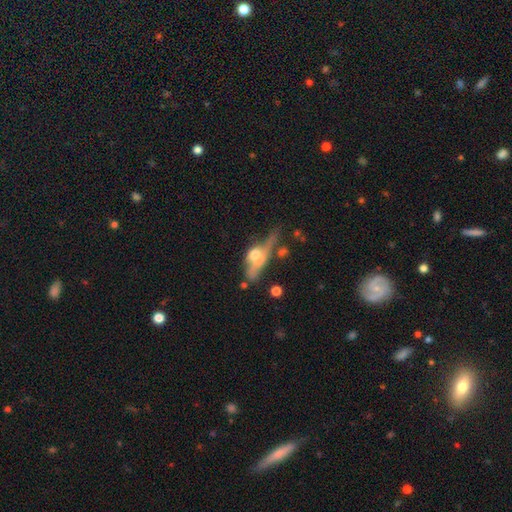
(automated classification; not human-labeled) The model was most divided on "merging": major disturbance: 35%, none: 25%, merger: 21%, minor disturbance: 20%. Remaining: smooth or featured — featured or disk (50%).